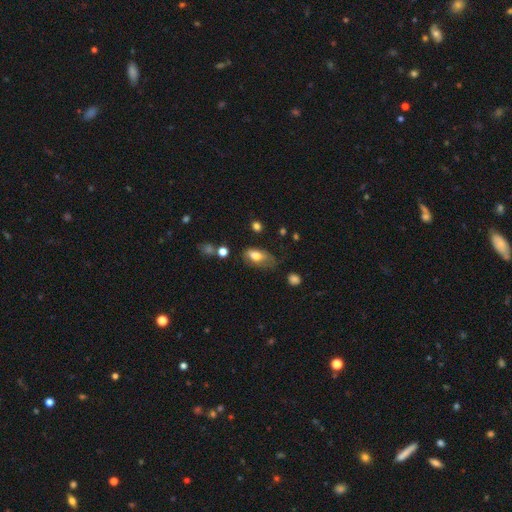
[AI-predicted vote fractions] smooth_or_featured: smooth (p=0.72) [alt: featured or disk p=0.20]
how_rounded: in between (p=0.90) [alt: cigar-shaped p=0.06]
merging: none (p=0.39) [alt: minor disturbance p=0.36]